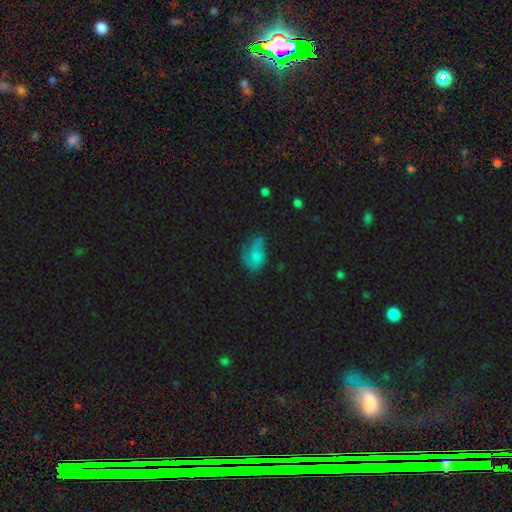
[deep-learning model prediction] Q: Smooth or featured?
A: smooth (55%); runner-up: featured or disk (33%)
Q: How rounded?
A: in between (81%); runner-up: round (17%)
Q: Merging?
A: major disturbance (36%); runner-up: minor disturbance (32%)